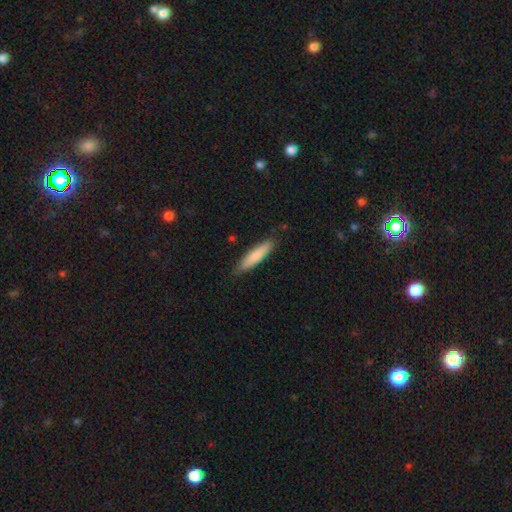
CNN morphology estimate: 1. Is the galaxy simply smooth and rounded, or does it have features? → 80% smooth, 15% featured or disk, 5% star or artifact.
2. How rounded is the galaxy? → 79% cigar-shaped, 19% in between, 1% round.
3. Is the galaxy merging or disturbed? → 84% none, 12% minor disturbance, 2% major disturbance, 1% merger.